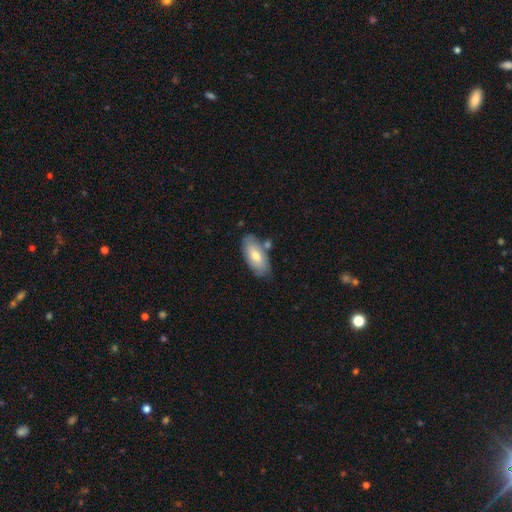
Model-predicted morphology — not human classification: Smooth or featured?
  - smooth: 71% *
  - featured or disk: 24%
  - star or artifact: 6%
How rounded?
  - in between: 89% *
  - cigar-shaped: 9%
  - round: 2%
Merging?
  - none: 73% *
  - minor disturbance: 16%
  - merger: 8%
  - major disturbance: 3%